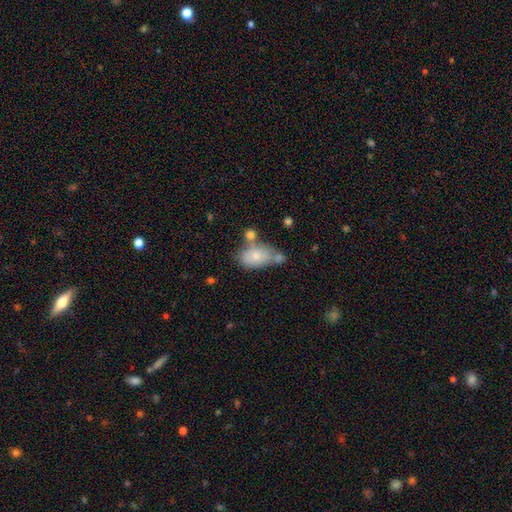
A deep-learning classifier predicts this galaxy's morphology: Smooth or featured: smooth — 74% (featured or disk — 19%)
How rounded: in between — 88% (round — 9%)
Merging: none — 39% (merger — 31%)